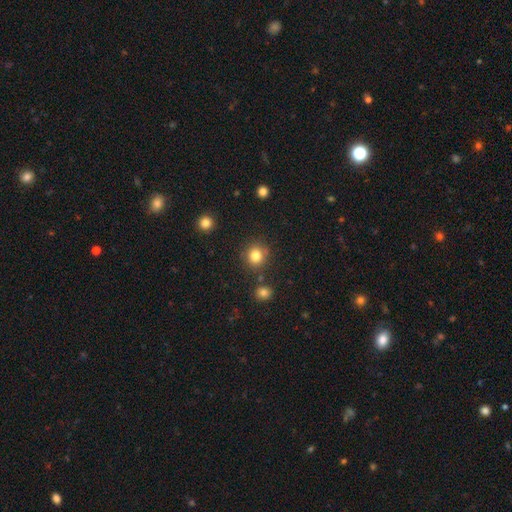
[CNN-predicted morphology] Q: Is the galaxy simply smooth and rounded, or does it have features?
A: smooth — 82%.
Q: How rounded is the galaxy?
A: round — 90%.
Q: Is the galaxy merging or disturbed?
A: none — 83%.